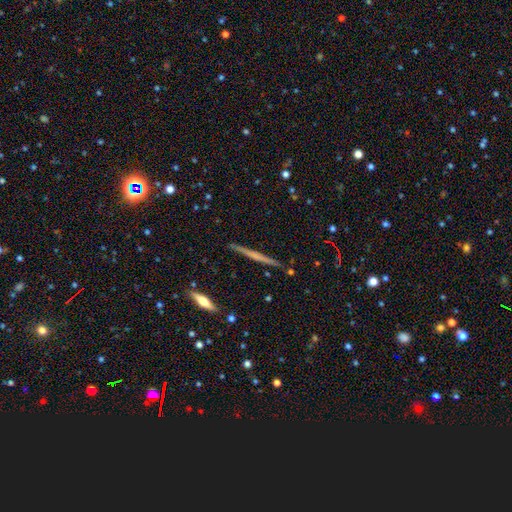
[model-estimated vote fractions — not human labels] A featured or disk galaxy (60%) viewed edge-on (98%) with no central bulge (72%).

Vote fractions:
- Smooth or featured? featured or disk: 60% / smooth: 33% / star or artifact: 7%
- Edge-on disk? yes: 98% / no: 2%
- Edge-on bulge? none: 72% / rounded: 19% / boxy: 9%
- Merging? none: 90% / minor disturbance: 7% / major disturbance: 1% / merger: 1%